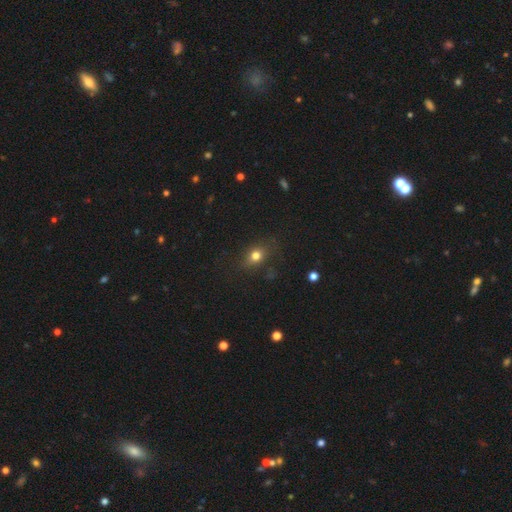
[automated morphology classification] A smooth galaxy with no disk features (75%) that is in between round and cigar-shaped (53%).

Vote fractions:
- Smooth or featured? smooth: 75% / star or artifact: 15% / featured or disk: 11%
- How rounded? in between: 53% / round: 44% / cigar-shaped: 3%
- Merging? none: 77% / minor disturbance: 16% / major disturbance: 5% / merger: 2%